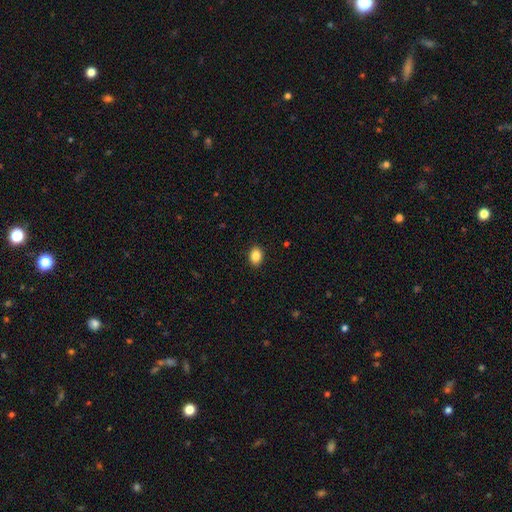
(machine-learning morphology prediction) Smooth or featured?
  - smooth: 86% *
  - star or artifact: 9%
  - featured or disk: 5%
How rounded?
  - in between: 66% *
  - round: 33%
  - cigar-shaped: 1%
Merging?
  - none: 90% *
  - minor disturbance: 7%
  - major disturbance: 2%
  - merger: 1%